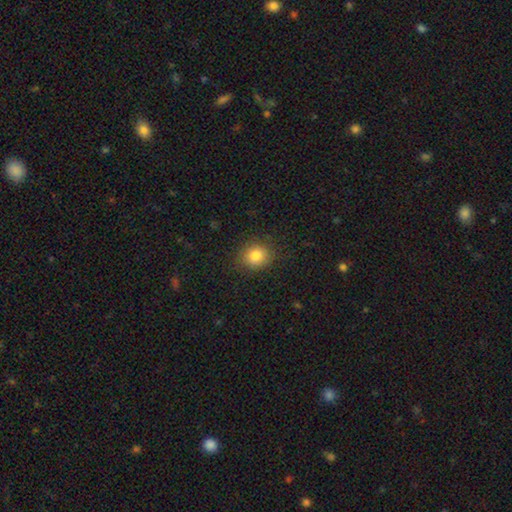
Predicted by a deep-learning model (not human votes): Smooth or featured? smooth (83%)
How rounded? round (79%)
Merging? none (86%)